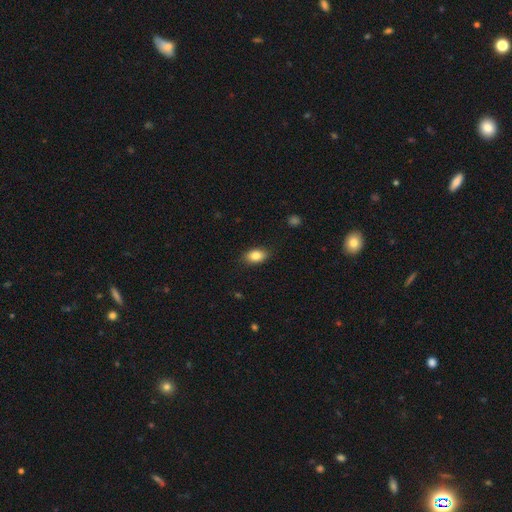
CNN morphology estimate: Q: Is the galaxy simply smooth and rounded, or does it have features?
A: smooth — 84%.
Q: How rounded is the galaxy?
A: in between — 88%.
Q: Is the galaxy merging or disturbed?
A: none — 86%.